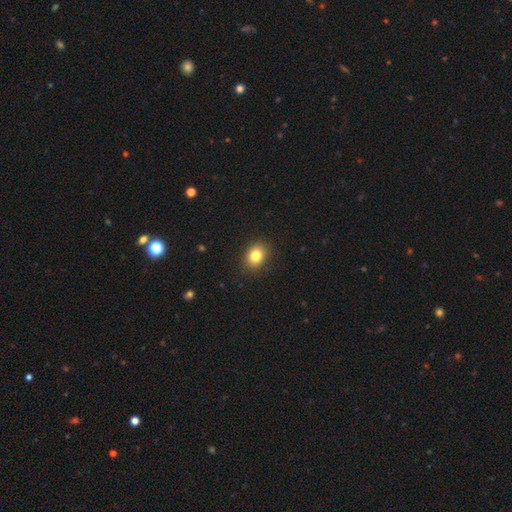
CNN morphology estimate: Smooth or featured?
  - smooth: 82% *
  - star or artifact: 10%
  - featured or disk: 8%
How rounded?
  - in between: 50% *
  - round: 49%
  - cigar-shaped: 1%
Merging?
  - none: 88% *
  - minor disturbance: 8%
  - major disturbance: 2%
  - merger: 1%